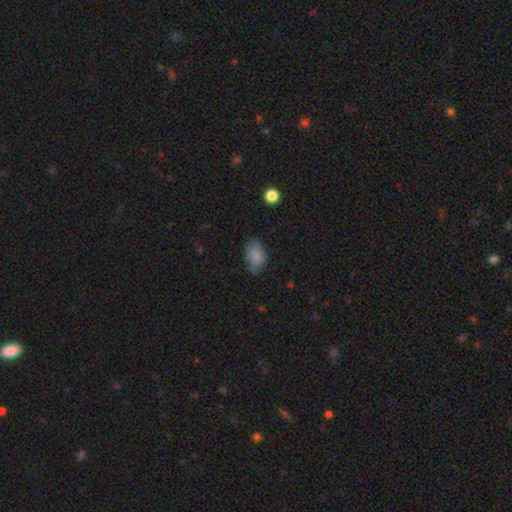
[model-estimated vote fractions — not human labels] The model was most divided on "merging": none: 52%, minor disturbance: 34%, major disturbance: 12%, merger: 2%. More confident: how rounded — in between (89%); smooth or featured — smooth (76%).